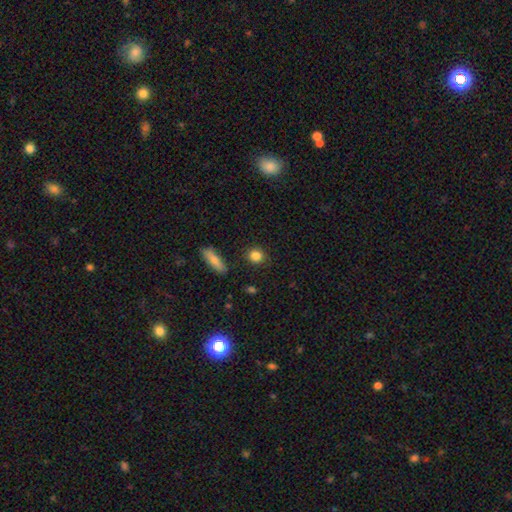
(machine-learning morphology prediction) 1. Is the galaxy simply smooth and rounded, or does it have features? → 84% smooth, 9% star or artifact, 6% featured or disk.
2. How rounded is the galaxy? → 78% round, 19% in between, 3% cigar-shaped.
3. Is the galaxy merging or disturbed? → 85% none, 10% minor disturbance, 3% major disturbance, 2% merger.